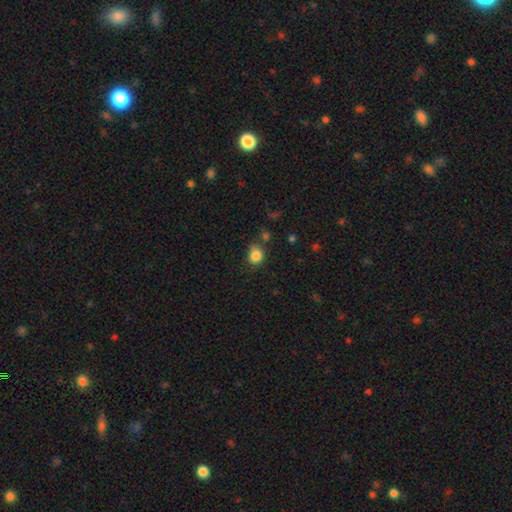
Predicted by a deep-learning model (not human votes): A smooth galaxy with no disk features (84%) that is round (71%).

Vote fractions:
- Smooth or featured? smooth: 84% / star or artifact: 11% / featured or disk: 5%
- How rounded? round: 71% / in between: 28% / cigar-shaped: 1%
- Merging? none: 63% / minor disturbance: 23% / merger: 7% / major disturbance: 6%